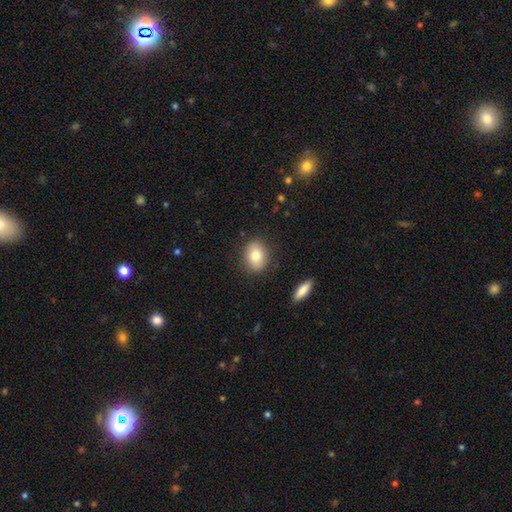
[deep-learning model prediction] Smooth or featured: smooth — 80% (featured or disk — 12%)
How rounded: in between — 64% (round — 34%)
Merging: none — 86% (minor disturbance — 9%)